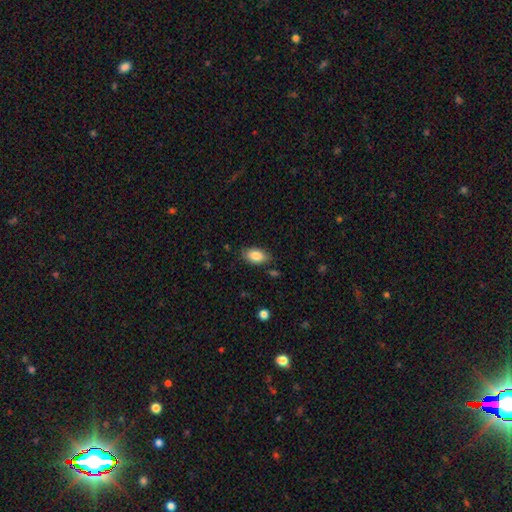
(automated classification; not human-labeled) Smooth or featured?
  - smooth: 85% *
  - featured or disk: 8%
  - star or artifact: 7%
How rounded?
  - in between: 92% *
  - round: 6%
  - cigar-shaped: 2%
Merging?
  - none: 80% *
  - minor disturbance: 15%
  - major disturbance: 3%
  - merger: 2%